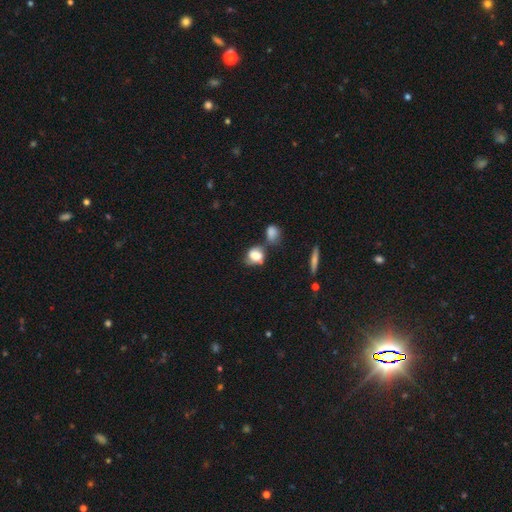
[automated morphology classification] Smooth or featured?
  - smooth: 72% *
  - featured or disk: 18%
  - star or artifact: 11%
How rounded?
  - in between: 51% *
  - round: 47%
  - cigar-shaped: 2%
Merging?
  - none: 42% *
  - merger: 23%
  - minor disturbance: 23%
  - major disturbance: 12%